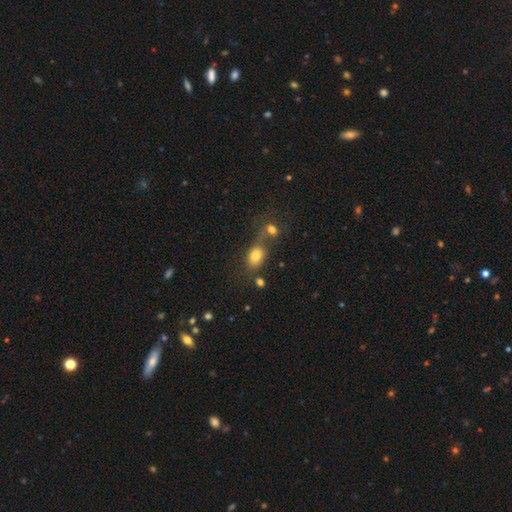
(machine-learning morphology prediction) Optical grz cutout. It shows a smooth galaxy with no disk features (78%) that is in between round and cigar-shaped (72%). Merging: none (40%).